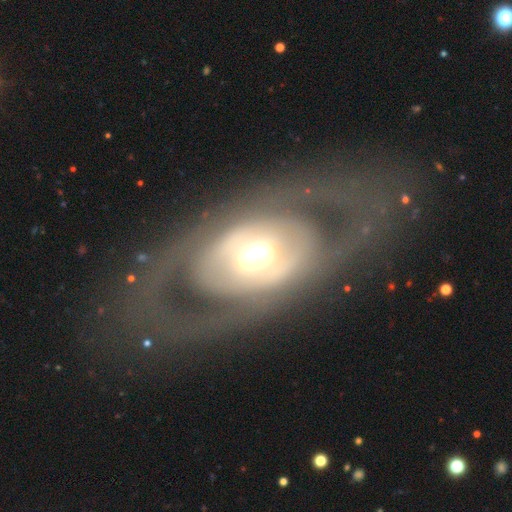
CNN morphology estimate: type=featured or disk (71%); edge-on=no (88%); bar=no (61%); spiral arms=no (71%); bulge=moderate (52%); merging=none (73%).